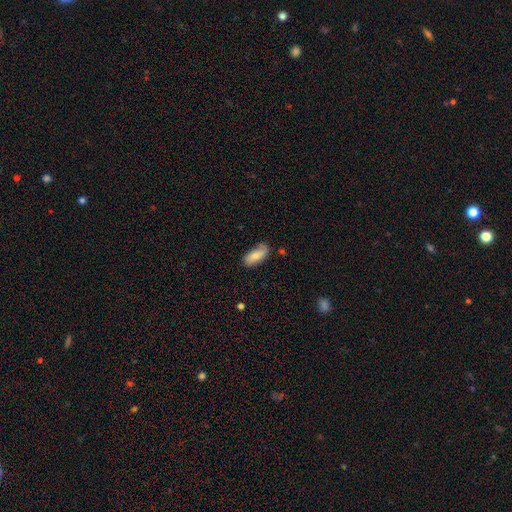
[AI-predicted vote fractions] smooth_or_featured: smooth (p=0.69) [alt: featured or disk p=0.25]
how_rounded: in between (p=0.86) [alt: cigar-shaped p=0.12]
merging: none (p=0.69) [alt: minor disturbance p=0.24]